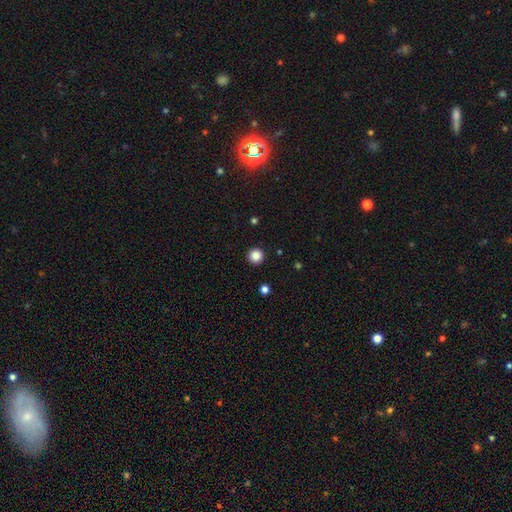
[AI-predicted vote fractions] Morphology: type=smooth (86%); roundness=round (96%); merging=none (94%).